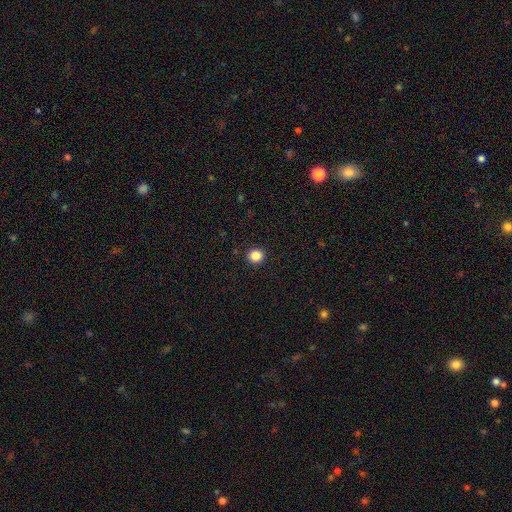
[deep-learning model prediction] smooth 86%, star or artifact 11%, featured or disk 4%. Down the decision tree: how rounded — round (90%); merging — none (93%).